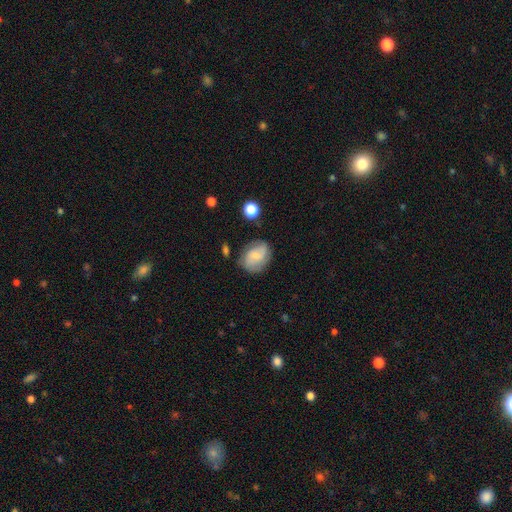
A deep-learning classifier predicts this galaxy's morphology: Smooth or featured: smooth — 56% (featured or disk — 36%)
How rounded: in between — 58% (round — 41%)
Merging: none — 68% (minor disturbance — 22%)